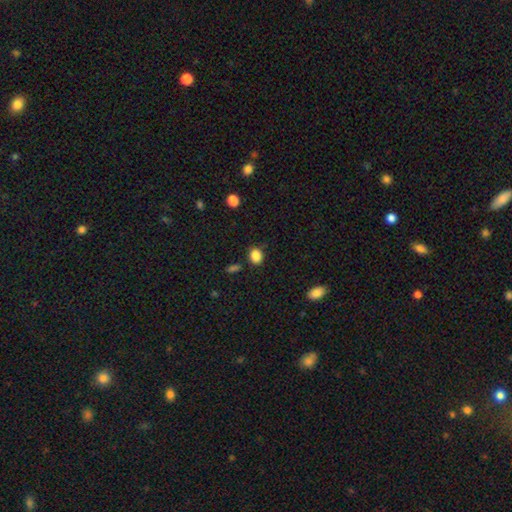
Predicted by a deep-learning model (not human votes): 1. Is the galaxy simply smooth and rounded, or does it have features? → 86% smooth, 10% star or artifact, 3% featured or disk.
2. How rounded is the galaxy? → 52% round, 47% in between, 1% cigar-shaped.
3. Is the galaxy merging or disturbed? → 81% none, 12% minor disturbance, 4% merger, 3% major disturbance.